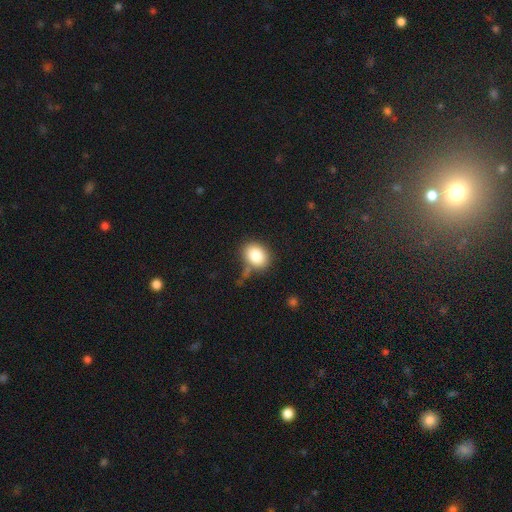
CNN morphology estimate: smooth 85%, star or artifact 8%, featured or disk 7%. Down the decision tree: how rounded — in between (61%); merging — none (63%).